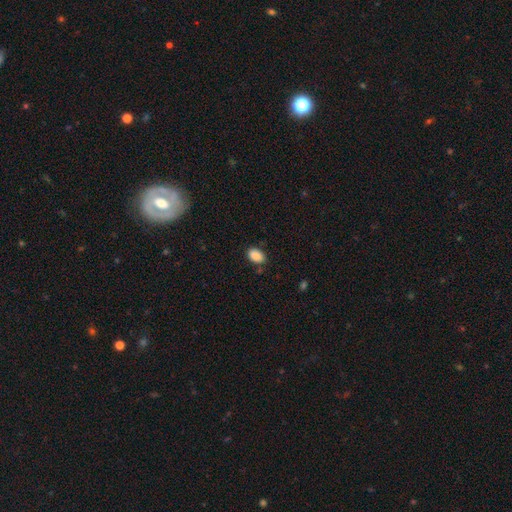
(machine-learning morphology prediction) smooth-or-featured: smooth: 89% | star or artifact: 8% | featured or disk: 3%
  how-rounded: in between: 88% | round: 11% | cigar-shaped: 1%
  merging: none: 81% | minor disturbance: 13% | major disturbance: 3% | merger: 3%